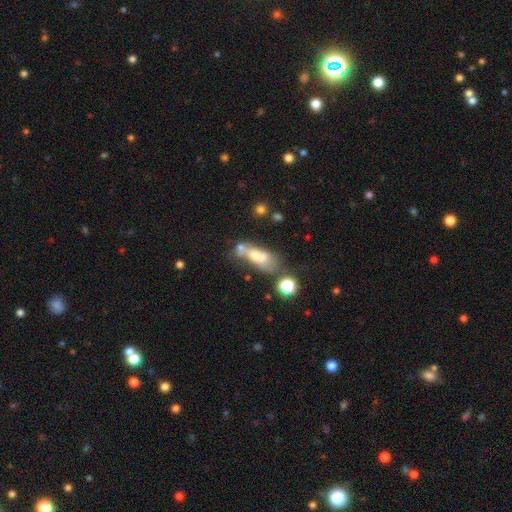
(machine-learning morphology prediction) The model was most divided on "smooth or featured": smooth: 47%, featured or disk: 39%, star or artifact: 14%. Remaining: merging — merger (43%).